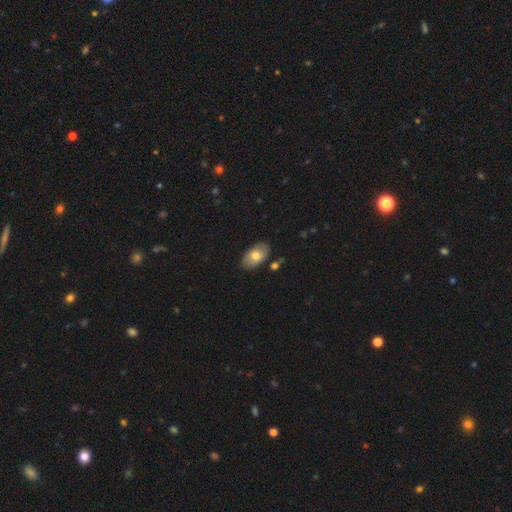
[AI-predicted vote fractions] smooth-or-featured: smooth: 72% | featured or disk: 21% | star or artifact: 7%
  how-rounded: in between: 94% | round: 5% | cigar-shaped: 2%
  merging: none: 83% | minor disturbance: 12% | merger: 3% | major disturbance: 2%